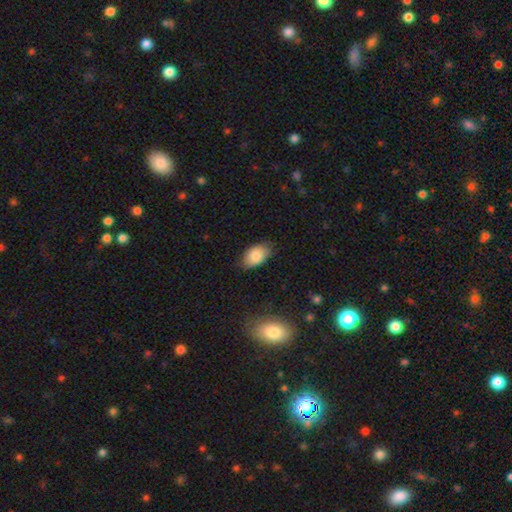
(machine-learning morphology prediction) A smooth galaxy with no disk features (83%) that is in between round and cigar-shaped (92%).

Vote fractions:
- Smooth or featured? smooth: 83% / featured or disk: 9% / star or artifact: 7%
- How rounded? in between: 92% / round: 7% / cigar-shaped: 1%
- Merging? none: 75% / minor disturbance: 20% / major disturbance: 3% / merger: 1%